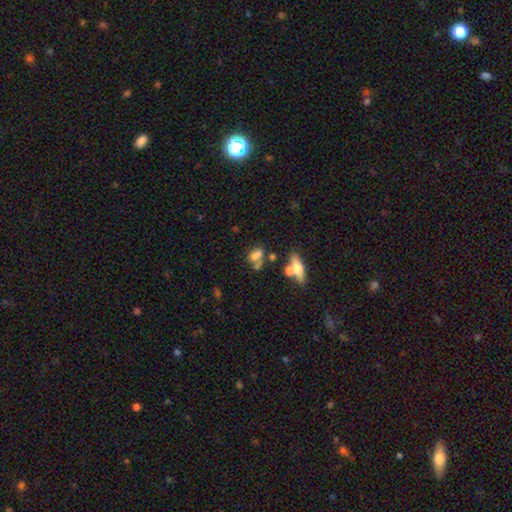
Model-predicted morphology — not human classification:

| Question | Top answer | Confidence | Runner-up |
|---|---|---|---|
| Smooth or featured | smooth | 60% | featured or disk (25%) |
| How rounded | in between | 68% | round (22%) |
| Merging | merger | 42% | none (33%) |